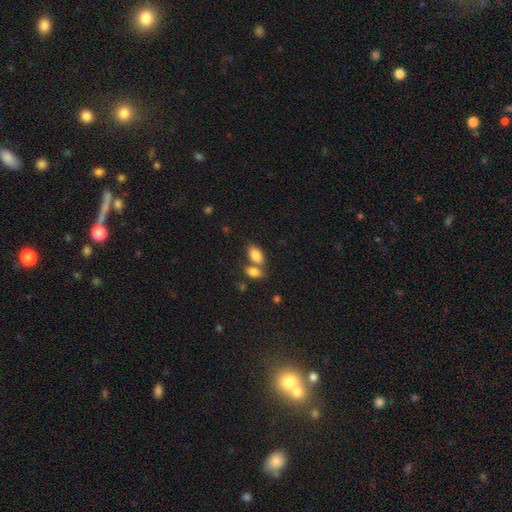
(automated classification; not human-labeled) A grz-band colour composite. It shows a smooth galaxy with no disk features (84%) that is in between round and cigar-shaped (91%). Merging: none (43%, tied with merger).